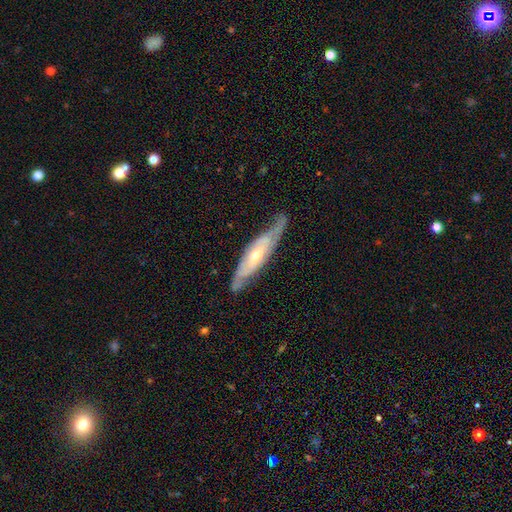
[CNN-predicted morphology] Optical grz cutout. It shows a featured or disk galaxy (77%). Merging: none (65%).